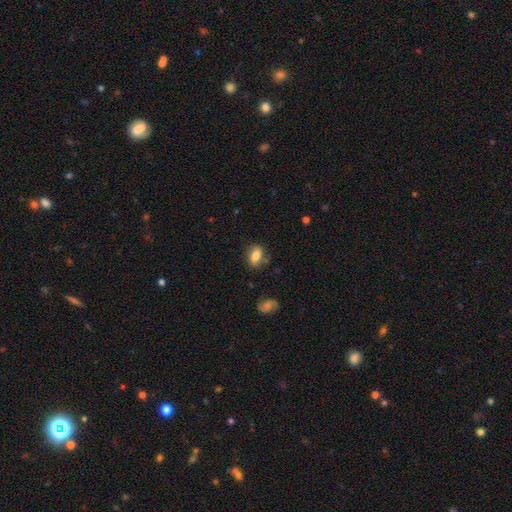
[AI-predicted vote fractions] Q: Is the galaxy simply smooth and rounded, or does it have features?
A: smooth — 79%.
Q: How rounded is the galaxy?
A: in between — 82%.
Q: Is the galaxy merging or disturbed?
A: none — 75%.